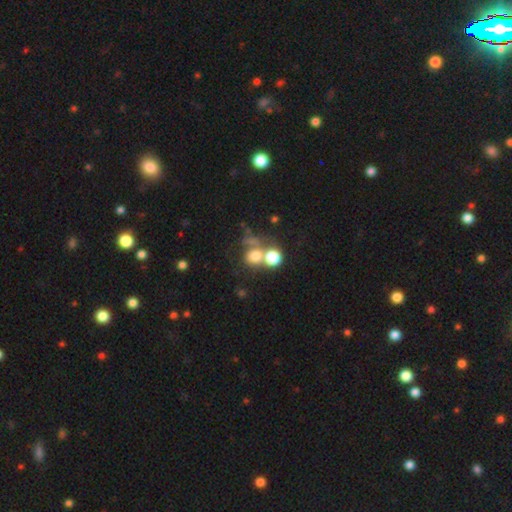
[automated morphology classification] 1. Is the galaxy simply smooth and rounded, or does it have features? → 70% smooth, 15% star or artifact, 15% featured or disk.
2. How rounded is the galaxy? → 79% round, 19% in between, 1% cigar-shaped.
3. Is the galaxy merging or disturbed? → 46% merger, 36% none, 9% minor disturbance, 9% major disturbance.